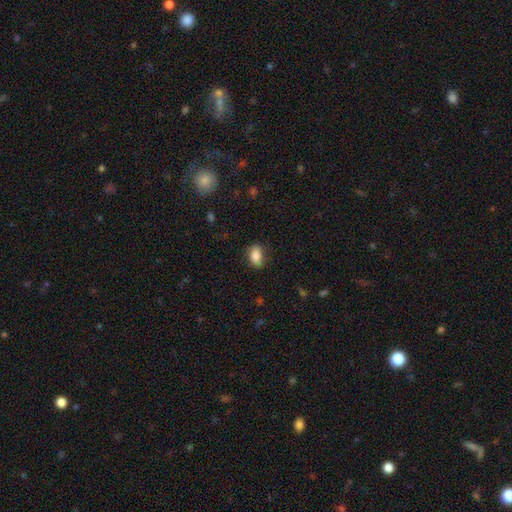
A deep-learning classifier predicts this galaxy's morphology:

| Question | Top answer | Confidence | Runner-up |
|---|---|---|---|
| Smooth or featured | smooth | 86% | star or artifact (8%) |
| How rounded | in between | 85% | round (13%) |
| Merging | none | 83% | minor disturbance (13%) |